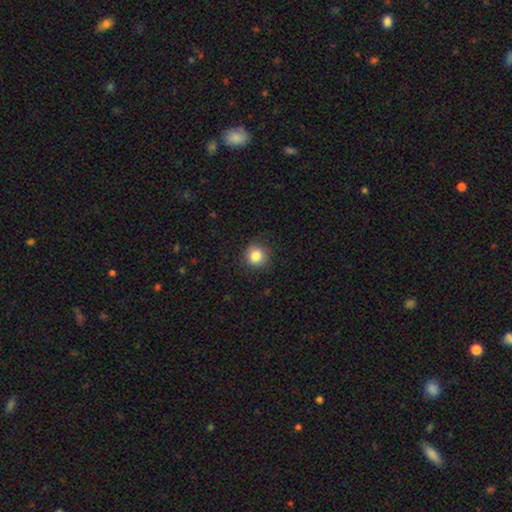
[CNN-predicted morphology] Smooth or featured? smooth (84%)
How rounded? round (93%)
Merging? none (90%)